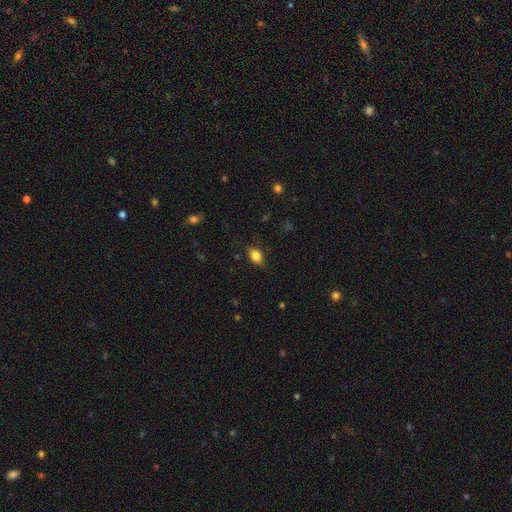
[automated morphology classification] smooth_or_featured: smooth (p=0.83) [alt: star or artifact p=0.09]
how_rounded: in between (p=0.84) [alt: round p=0.13]
merging: none (p=0.78) [alt: minor disturbance p=0.17]